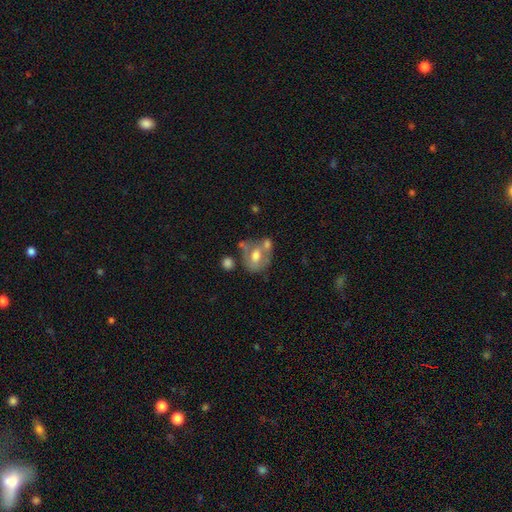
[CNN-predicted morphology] Smooth or featured? Predicted: smooth (p=0.50). Merging? Predicted: merger (p=0.36).